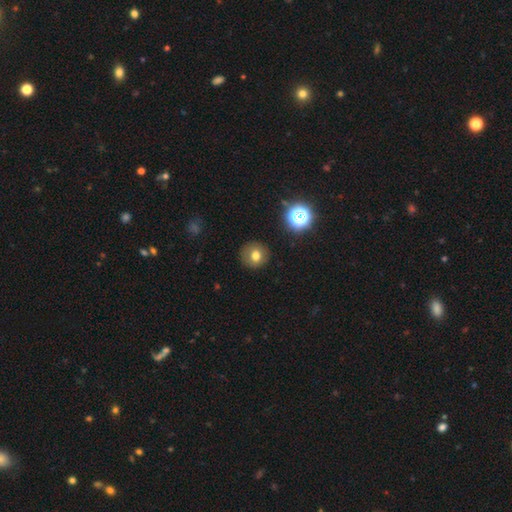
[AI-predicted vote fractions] A smooth galaxy with no disk features (73%) that is round (90%).

Vote fractions:
- Smooth or featured? smooth: 73% / star or artifact: 14% / featured or disk: 13%
- How rounded? round: 90% / in between: 9% / cigar-shaped: 1%
- Merging? none: 87% / minor disturbance: 9% / major disturbance: 3% / merger: 1%